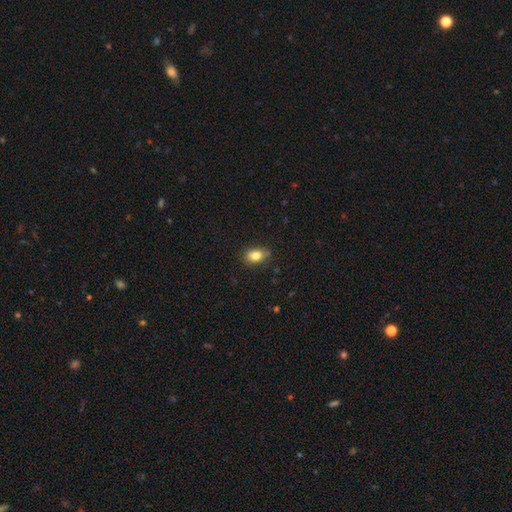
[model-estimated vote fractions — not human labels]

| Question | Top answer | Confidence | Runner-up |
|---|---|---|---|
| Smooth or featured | smooth | 83% | star or artifact (10%) |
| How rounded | in between | 72% | round (26%) |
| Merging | none | 79% | minor disturbance (15%) |